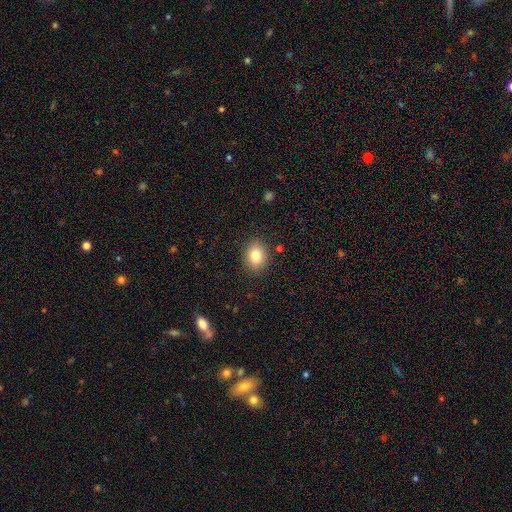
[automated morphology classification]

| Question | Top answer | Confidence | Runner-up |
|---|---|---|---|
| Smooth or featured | smooth | 81% | star or artifact (10%) |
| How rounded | round | 53% | in between (47%) |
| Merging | none | 87% | minor disturbance (9%) |